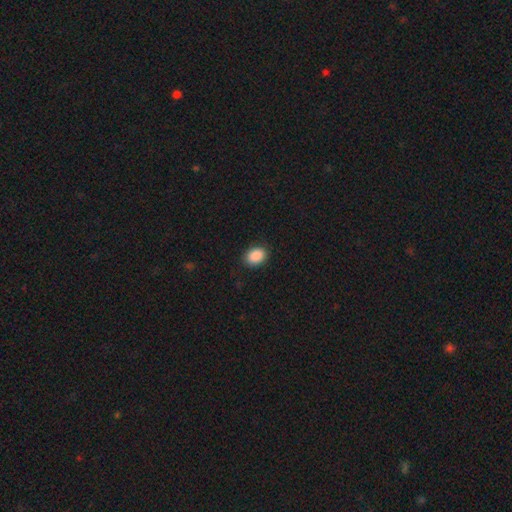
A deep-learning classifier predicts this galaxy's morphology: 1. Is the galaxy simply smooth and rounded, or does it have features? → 90% smooth, 7% star or artifact, 3% featured or disk.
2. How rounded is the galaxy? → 73% in between, 26% round, 1% cigar-shaped.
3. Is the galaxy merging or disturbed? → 88% none, 9% minor disturbance, 2% major disturbance, 1% merger.